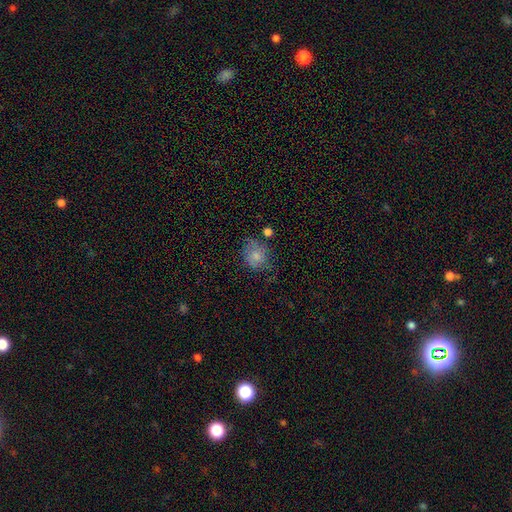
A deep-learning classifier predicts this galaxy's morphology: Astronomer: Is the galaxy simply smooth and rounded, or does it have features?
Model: smooth — 77%.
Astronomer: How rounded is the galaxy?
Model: round — 58% (runner-up: in between, 41%).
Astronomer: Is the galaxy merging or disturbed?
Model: none — 56%.